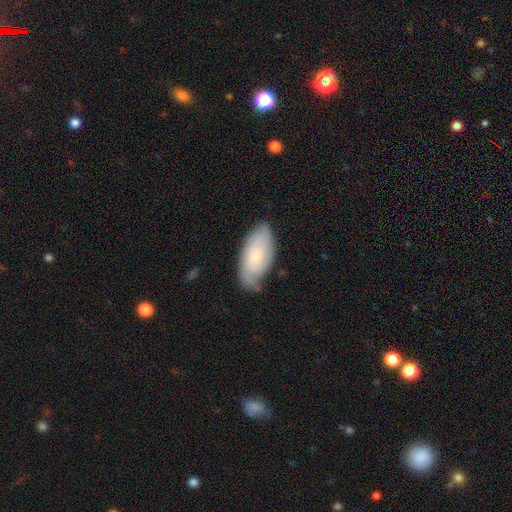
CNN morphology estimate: Smooth or featured? Predicted: smooth (p=0.62). How rounded? Predicted: in between (p=0.93). Merging? Predicted: none (p=0.66).